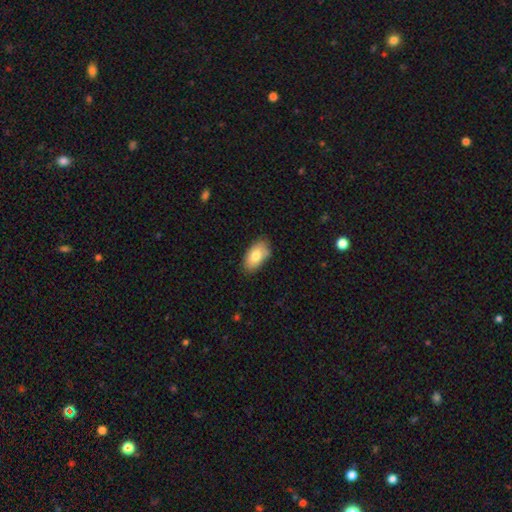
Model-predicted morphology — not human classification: Smooth or featured? smooth (79%)
How rounded? in between (93%)
Merging? none (78%)